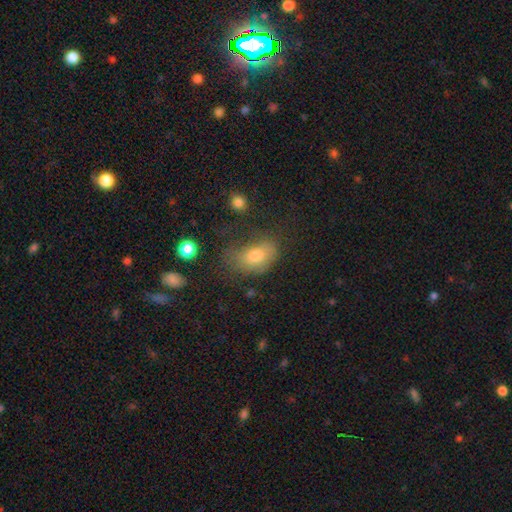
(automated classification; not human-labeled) Q: Smooth or featured?
A: smooth (75%); runner-up: featured or disk (15%)
Q: How rounded?
A: in between (85%); runner-up: round (14%)
Q: Merging?
A: none (43%); runner-up: minor disturbance (30%)